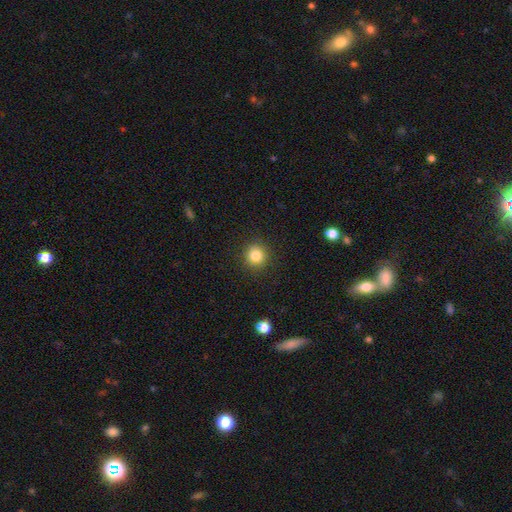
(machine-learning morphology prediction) smooth-or-featured: smooth: 83% | star or artifact: 11% | featured or disk: 6%
  how-rounded: round: 92% | in between: 7% | cigar-shaped: 1%
  merging: none: 91% | minor disturbance: 6% | major disturbance: 2% | merger: 1%